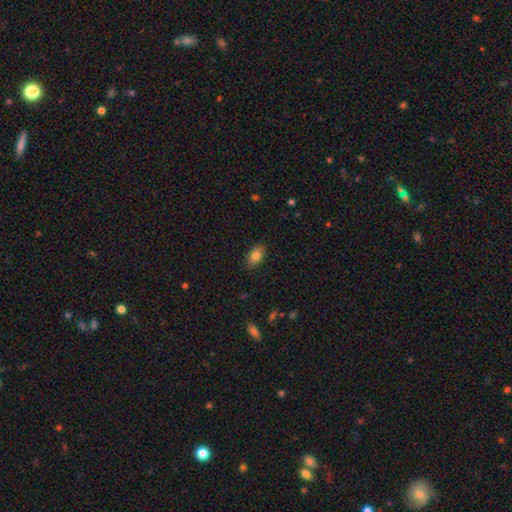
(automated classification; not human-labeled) Q: Smooth or featured?
A: smooth (82%); runner-up: featured or disk (9%)
Q: How rounded?
A: in between (90%); runner-up: round (6%)
Q: Merging?
A: none (86%); runner-up: minor disturbance (10%)